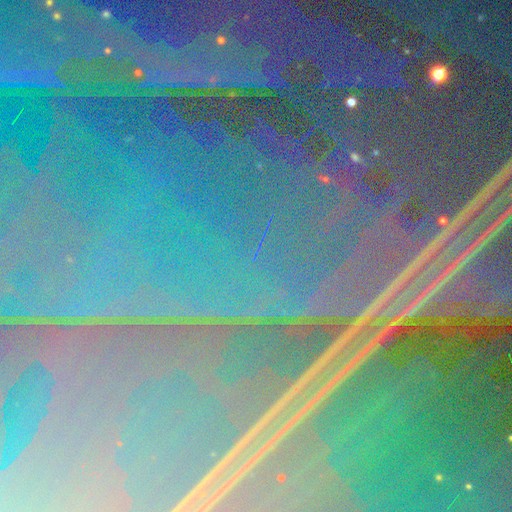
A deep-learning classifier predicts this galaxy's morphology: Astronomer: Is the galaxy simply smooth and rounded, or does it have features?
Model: star or artifact — 89%.